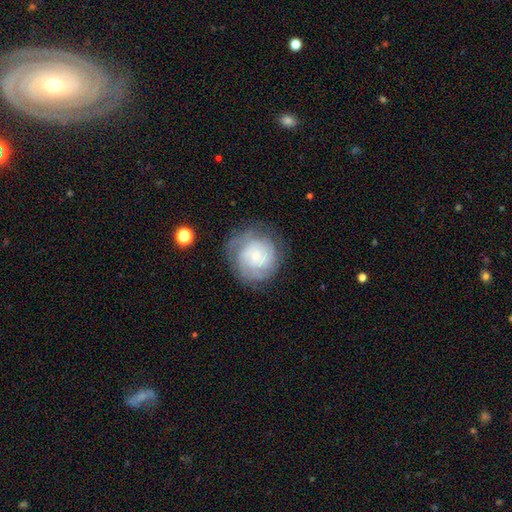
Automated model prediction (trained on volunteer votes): Smooth or featured?
  - featured or disk: 66% *
  - smooth: 26%
  - star or artifact: 8%
Edge-on disk?
  - no: 98% *
  - yes: 2%
Bar?
  - no: 78% *
  - weak: 18%
  - strong: 3%
Spiral arms?
  - yes: 89% *
  - no: 11%
Spiral winding?
  - tight: 71% *
  - medium: 23%
  - loose: 6%
Spiral arm count?
  - can't tell: 46% *
  - 2: 18%
  - 3: 16%
  - 4: 9%
  - 1: 5%
  - more than 4: 5%
Bulge size?
  - small: 74% *
  - moderate: 17%
  - none: 4%
  - large: 3%
  - dominant: 1%
Merging?
  - none: 75% *
  - minor disturbance: 16%
  - major disturbance: 8%
  - merger: 1%